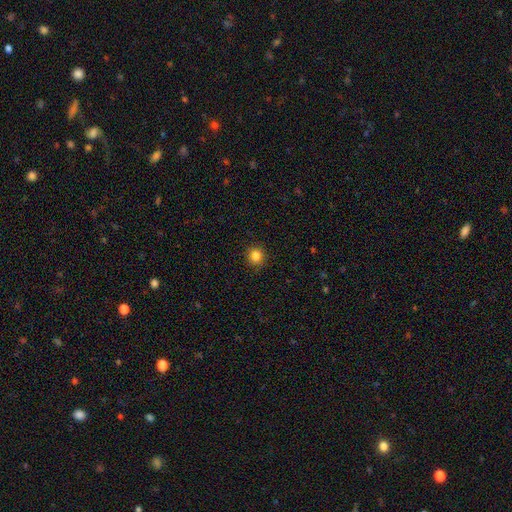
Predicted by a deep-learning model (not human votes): Smooth or featured?
  - smooth: 84% *
  - star or artifact: 12%
  - featured or disk: 4%
How rounded?
  - round: 88% *
  - in between: 11%
  - cigar-shaped: 1%
Merging?
  - none: 91% *
  - minor disturbance: 6%
  - major disturbance: 2%
  - merger: 1%